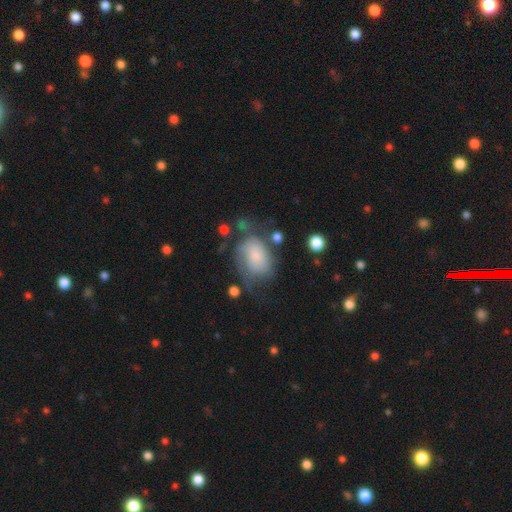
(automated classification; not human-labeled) This appears to be a featured or disk galaxy (46%, tied with smooth). Merging: none (39%).